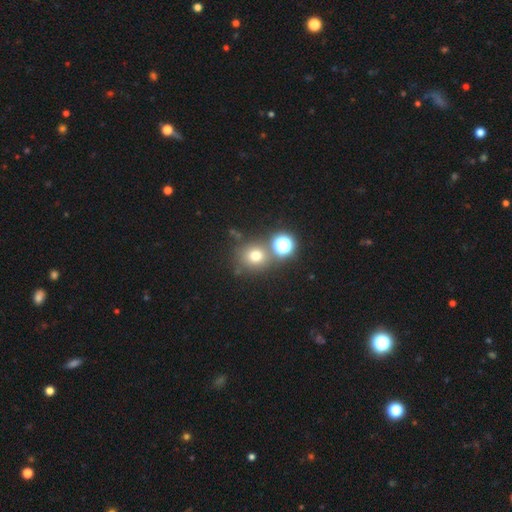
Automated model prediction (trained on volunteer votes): This is likely a smooth galaxy (69%). How rounded: clearly round (86%). Merging: likely none (69%).